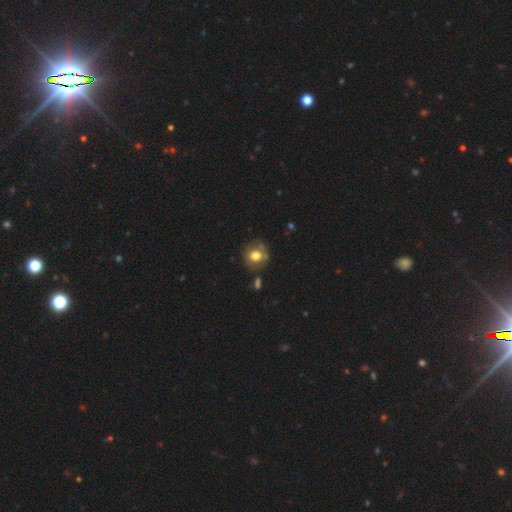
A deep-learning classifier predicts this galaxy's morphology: type=smooth (69%); roundness=round (81%); merging=none (69%).